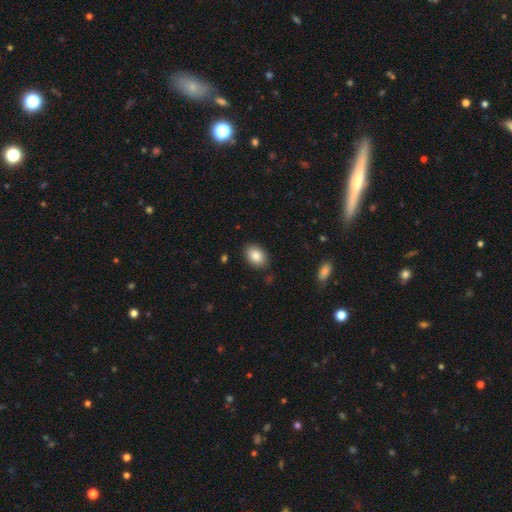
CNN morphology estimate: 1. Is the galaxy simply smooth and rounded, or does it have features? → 85% smooth, 8% featured or disk, 7% star or artifact.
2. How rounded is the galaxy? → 82% in between, 17% round, 1% cigar-shaped.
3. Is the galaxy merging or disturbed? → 85% none, 11% minor disturbance, 2% major disturbance, 2% merger.